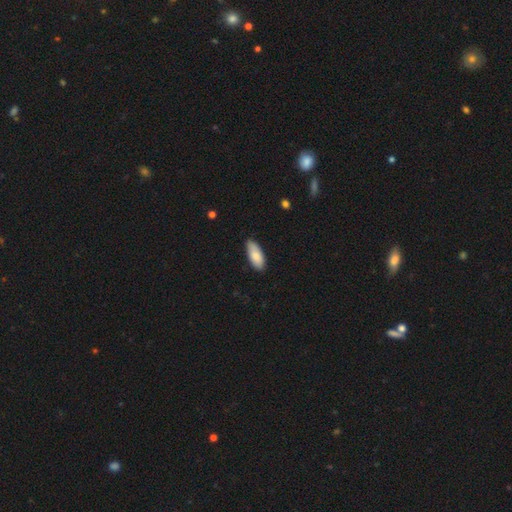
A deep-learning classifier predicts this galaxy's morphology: This is clearly a smooth galaxy (86%). How rounded: clearly in between (84%). Merging: clearly none (81%).